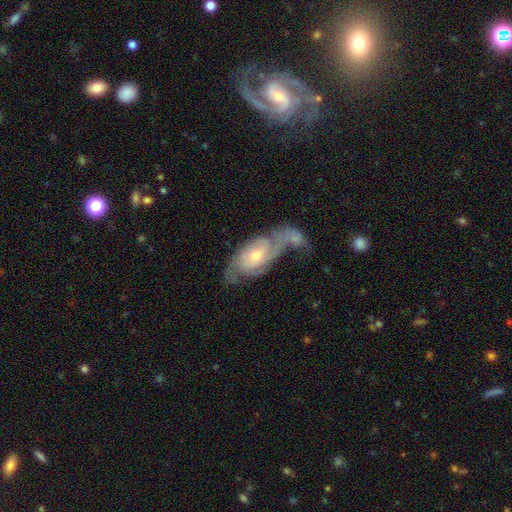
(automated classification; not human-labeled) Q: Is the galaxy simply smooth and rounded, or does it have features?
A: featured or disk — 74%.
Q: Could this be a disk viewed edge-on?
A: no — 93%.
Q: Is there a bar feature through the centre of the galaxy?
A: no — 64%.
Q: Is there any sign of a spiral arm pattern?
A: yes — 88%.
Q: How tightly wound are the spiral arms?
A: medium — 40%, tied with tight.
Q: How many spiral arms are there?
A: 2 — 51%.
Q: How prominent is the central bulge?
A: moderate — 48%.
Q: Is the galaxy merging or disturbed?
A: merger — 37%.